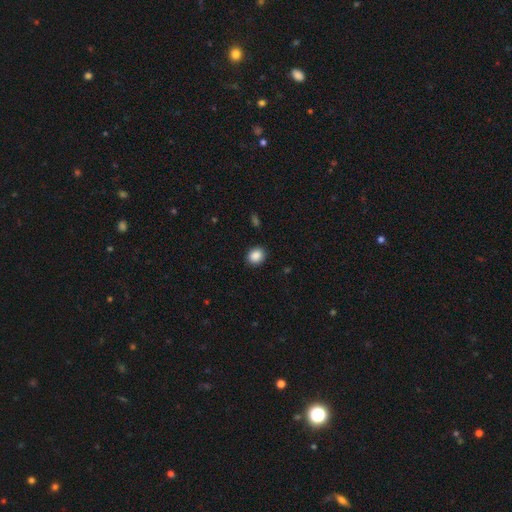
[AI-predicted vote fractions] A smooth galaxy with no disk features (88%) that is round (69%).

Vote fractions:
- Smooth or featured? smooth: 88% / star or artifact: 9% / featured or disk: 3%
- How rounded? round: 69% / in between: 30% / cigar-shaped: 1%
- Merging? none: 90% / minor disturbance: 7% / major disturbance: 2% / merger: 1%